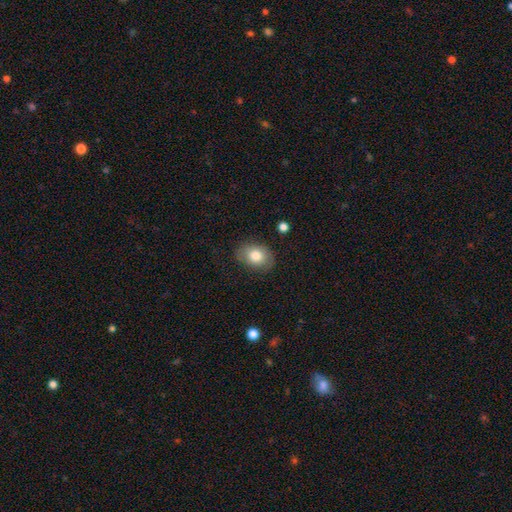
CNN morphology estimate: Smooth or featured? smooth (79%)
How rounded? in between (70%)
Merging? none (80%)